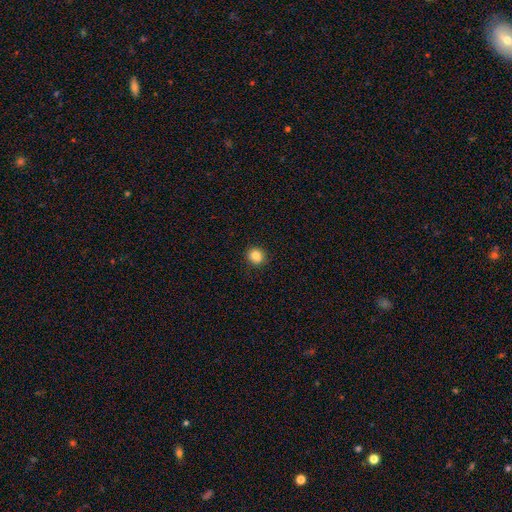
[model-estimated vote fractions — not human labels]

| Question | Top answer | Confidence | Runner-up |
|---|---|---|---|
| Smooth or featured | smooth | 84% | star or artifact (11%) |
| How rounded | round | 89% | in between (10%) |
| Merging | none | 90% | minor disturbance (7%) |